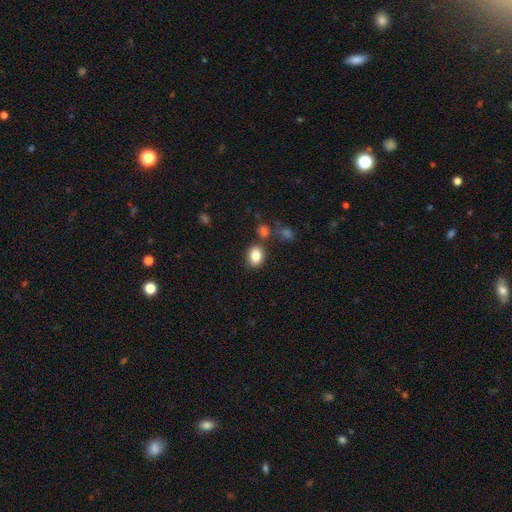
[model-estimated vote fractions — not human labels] Smooth or featured? Predicted: smooth (p=0.84). How rounded? Predicted: in between (p=0.59). Merging? Predicted: none (p=0.76).